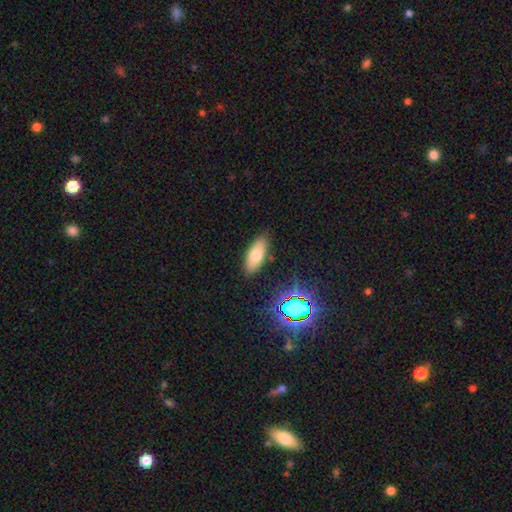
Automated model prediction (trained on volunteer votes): smooth-or-featured: smooth: 73% | featured or disk: 16% | star or artifact: 10%
  how-rounded: in between: 82% | cigar-shaped: 15% | round: 3%
  merging: none: 85% | minor disturbance: 11% | major disturbance: 2% | merger: 2%